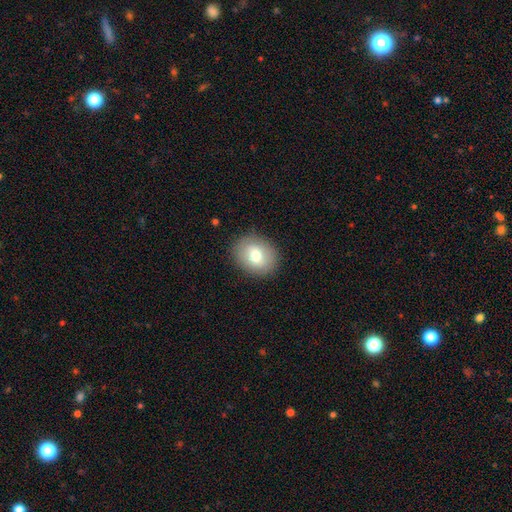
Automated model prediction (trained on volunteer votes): This is likely a smooth galaxy (73%). How rounded: possibly round (55%). Merging: clearly none (87%).